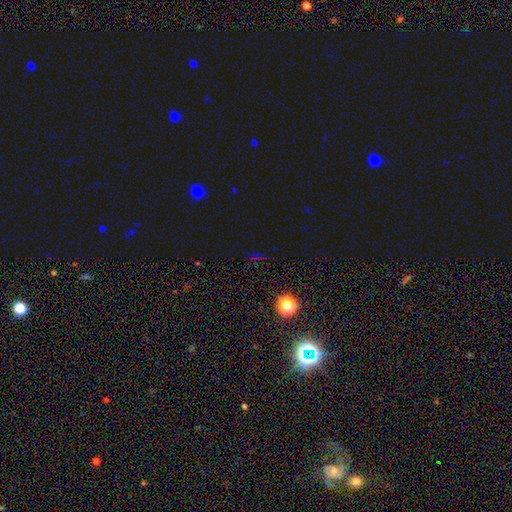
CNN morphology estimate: smooth-or-featured: star or artifact: 70% | smooth: 22% | featured or disk: 8%